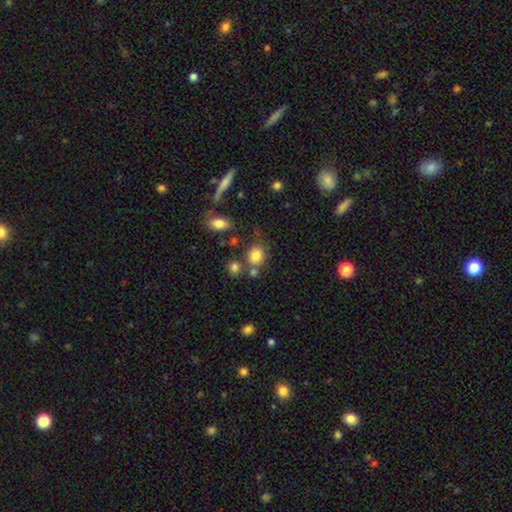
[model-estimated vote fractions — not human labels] This is clearly a smooth galaxy (81%). How rounded: likely round (69%). Merging: likely none (64%).